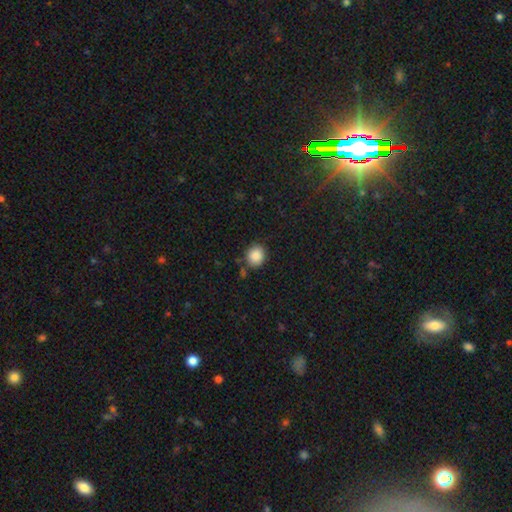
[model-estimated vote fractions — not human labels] A smooth galaxy with no disk features (88%) that is round (78%). Merging: none (82%).